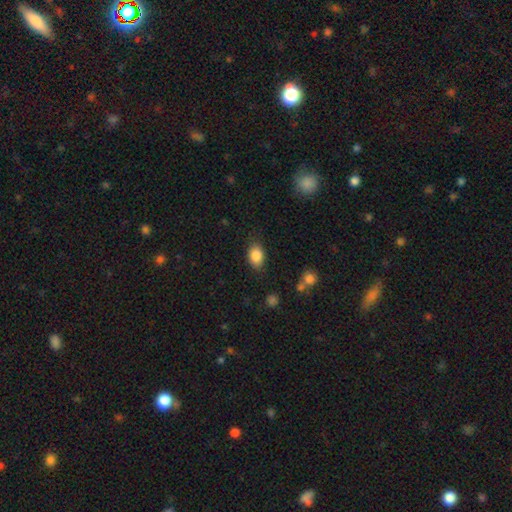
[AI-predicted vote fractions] The model was most divided on "merging": none: 80%, minor disturbance: 15%, major disturbance: 4%, merger: 2%. More confident: smooth or featured — smooth (86%); how rounded — in between (83%).